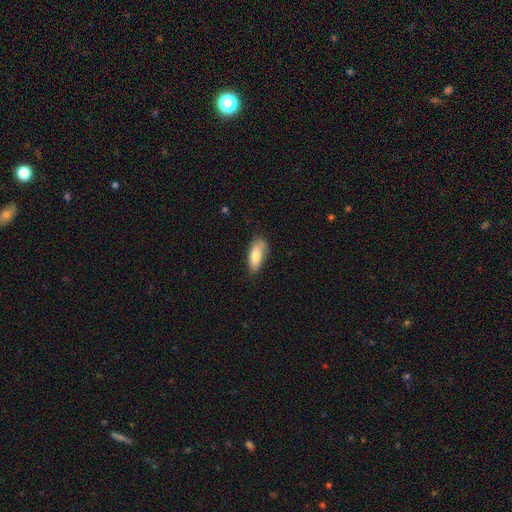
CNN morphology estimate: This appears to be a smooth galaxy with no disk features (78%) that is in between round and cigar-shaped (78%). Merging: none (72%).